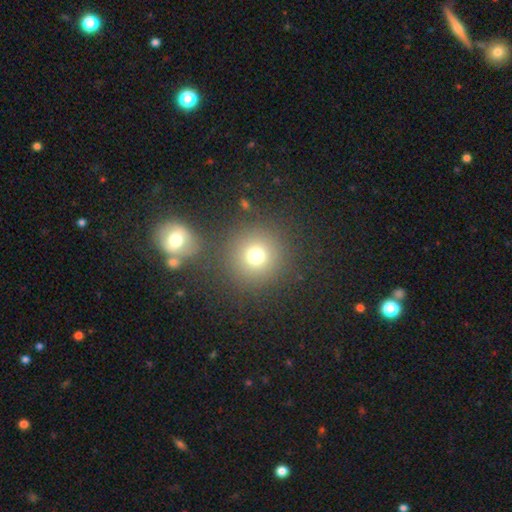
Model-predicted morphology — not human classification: Overall: smooth (73%). How rounded: round (94%). Merging: none (81%).